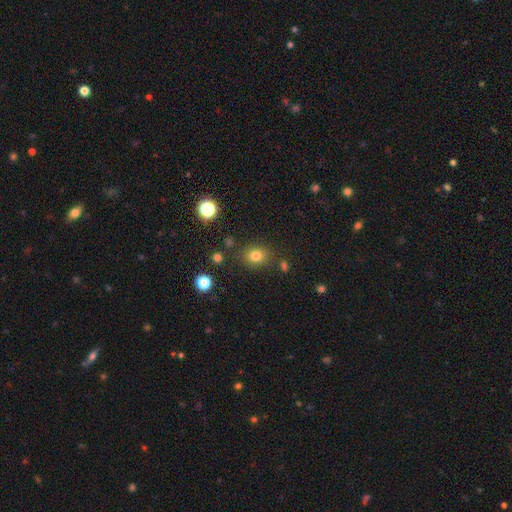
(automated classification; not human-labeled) Smooth or featured? Predicted: smooth (p=0.79). How rounded? Predicted: round (p=0.64). Merging? Predicted: none (p=0.82).